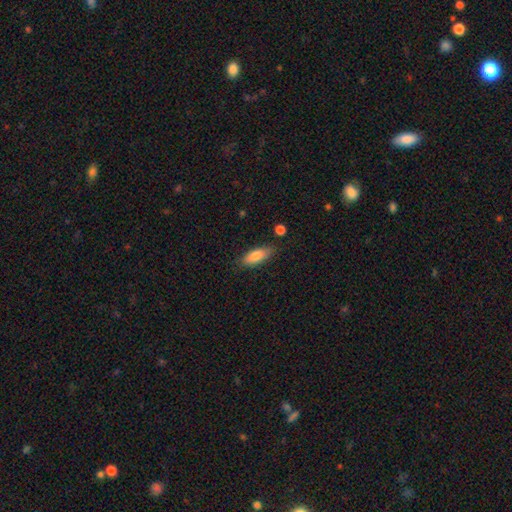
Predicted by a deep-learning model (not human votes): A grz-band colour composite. It shows a smooth galaxy with no disk features (82%) that is in between round and cigar-shaped (69%). Merging: none (80%).